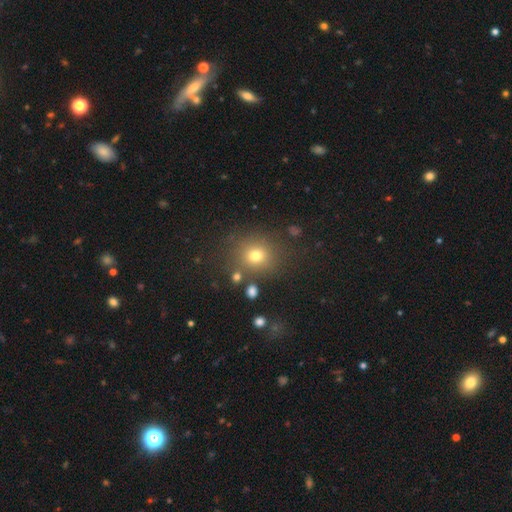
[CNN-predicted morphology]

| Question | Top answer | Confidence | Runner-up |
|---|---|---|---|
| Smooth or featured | smooth | 73% | star or artifact (17%) |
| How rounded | round | 83% | in between (16%) |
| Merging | none | 80% | minor disturbance (10%) |